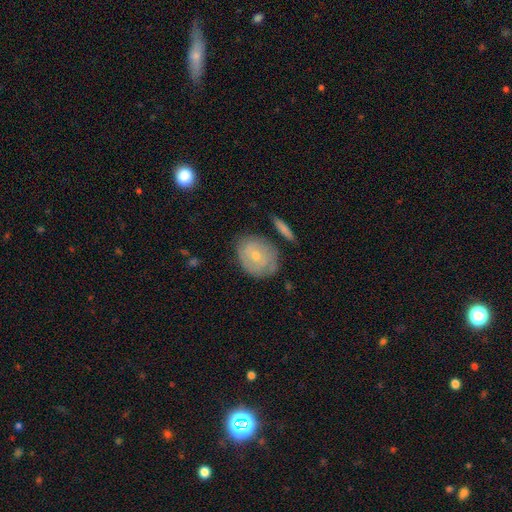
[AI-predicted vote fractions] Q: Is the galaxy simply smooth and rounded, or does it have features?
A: featured or disk — 49%.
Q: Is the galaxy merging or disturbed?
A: none — 69%.